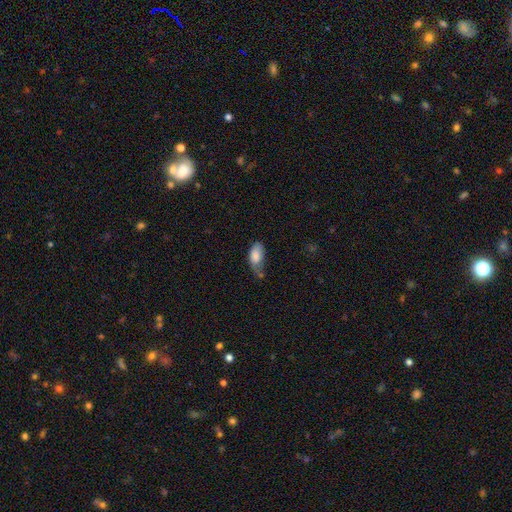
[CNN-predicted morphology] A smooth galaxy with no disk features (83%) that is in between round and cigar-shaped (91%).

Vote fractions:
- Smooth or featured? smooth: 83% / featured or disk: 10% / star or artifact: 7%
- How rounded? in between: 91% / cigar-shaped: 5% / round: 4%
- Merging? minor disturbance: 40% / none: 32% / major disturbance: 19% / merger: 10%